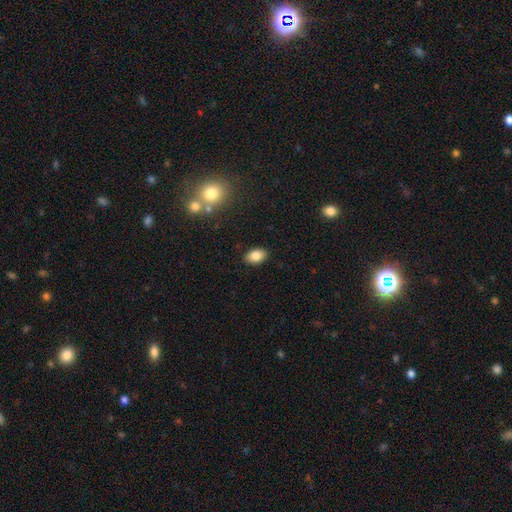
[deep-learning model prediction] Overall: smooth (84%). How rounded: in between (89%). Merging: none (88%).